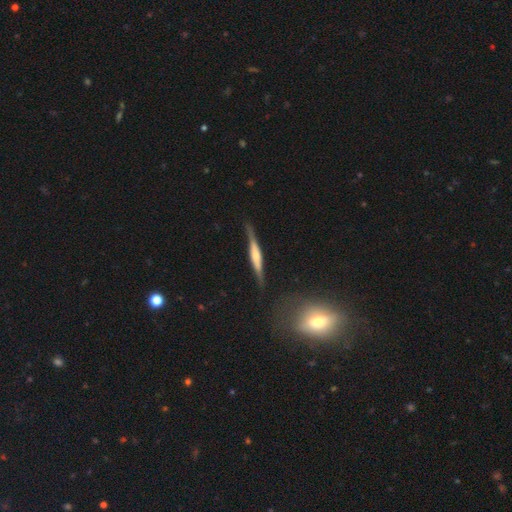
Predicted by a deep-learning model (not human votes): smooth_or_featured: featured or disk (p=0.67) [alt: smooth p=0.27]
disk_edge_on: yes (p=0.96) [alt: no p=0.04]
edge_on_bulge: rounded (p=0.54) [alt: boxy p=0.32]
merging: none (p=0.82) [alt: minor disturbance p=0.13]